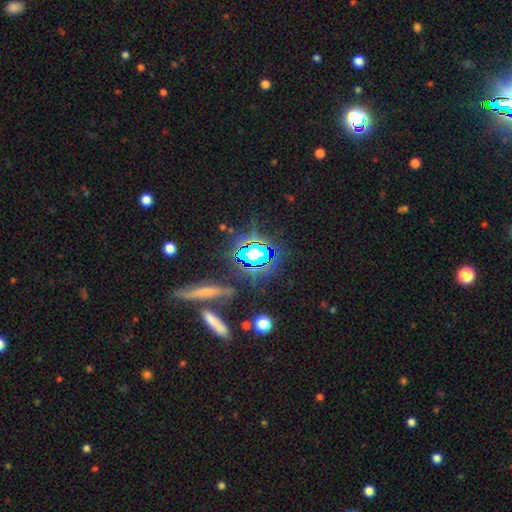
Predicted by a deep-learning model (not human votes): smooth_or_featured: star or artifact (p=0.63) [alt: smooth p=0.20]